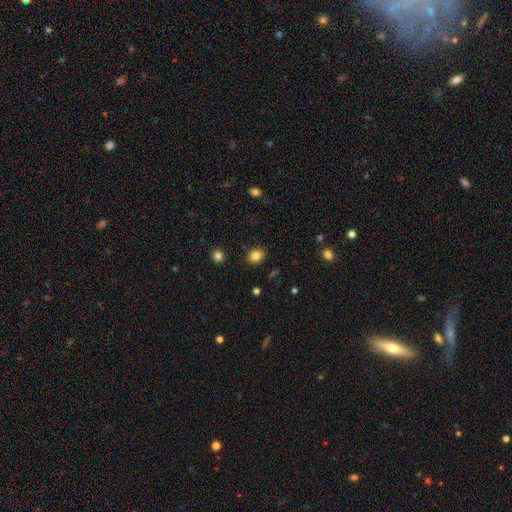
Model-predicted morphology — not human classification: type=smooth (83%); roundness=in between (53%); merging=none (87%).